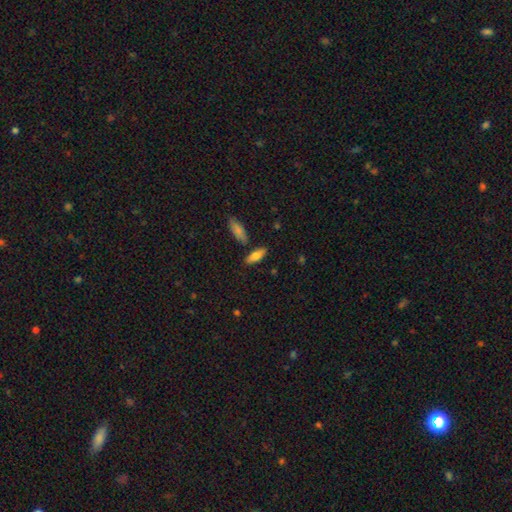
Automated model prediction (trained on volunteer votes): Smooth or featured? smooth (79%)
How rounded? in between (72%)
Merging? none (77%)